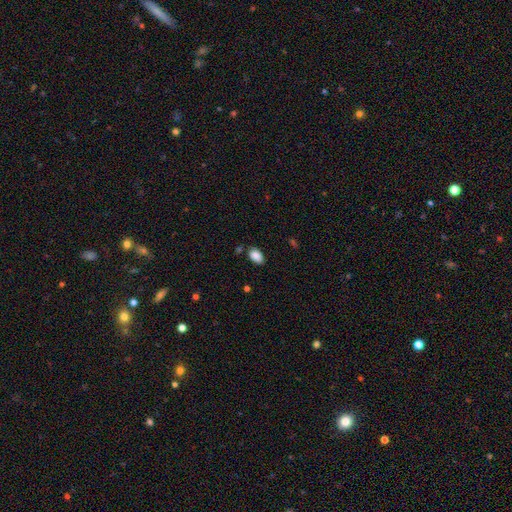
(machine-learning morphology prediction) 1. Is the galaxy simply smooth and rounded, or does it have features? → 88% smooth, 8% star or artifact, 4% featured or disk.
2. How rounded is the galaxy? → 91% in between, 8% round, 1% cigar-shaped.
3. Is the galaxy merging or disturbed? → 79% none, 14% minor disturbance, 3% merger, 3% major disturbance.